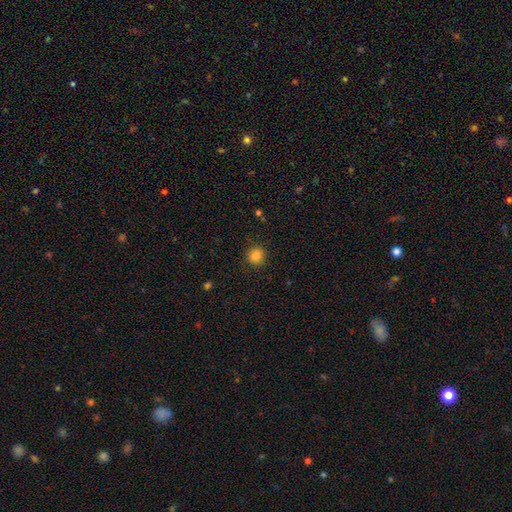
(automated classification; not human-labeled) Overall: smooth (85%). How rounded: round (90%). Merging: none (91%).